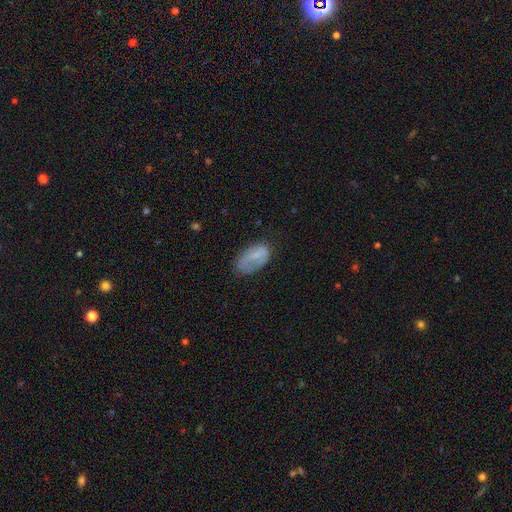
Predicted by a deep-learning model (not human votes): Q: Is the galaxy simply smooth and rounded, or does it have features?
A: smooth — 60%.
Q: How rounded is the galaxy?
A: in between — 92%.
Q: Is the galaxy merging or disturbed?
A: none — 49%.